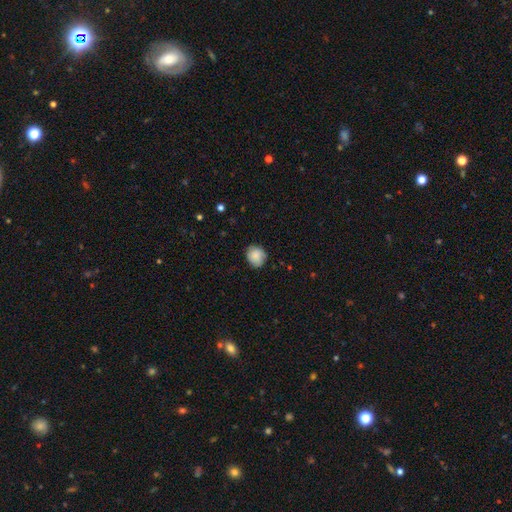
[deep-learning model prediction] The model was most divided on "how rounded": round: 78%, in between: 21%, cigar-shaped: 1%. More confident: smooth or featured — smooth (86%); merging — none (80%).